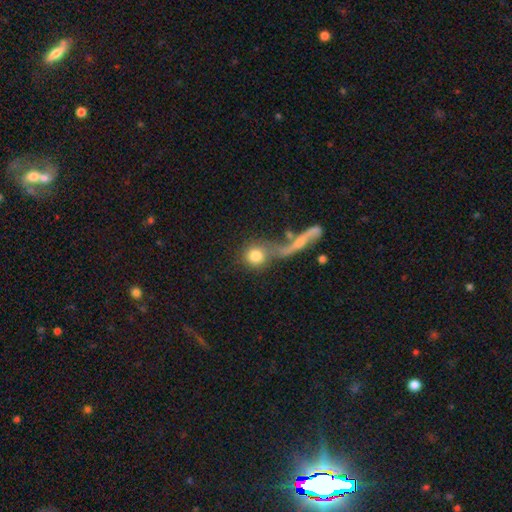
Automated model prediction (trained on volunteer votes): Q: Smooth or featured?
A: smooth (77%); runner-up: featured or disk (14%)
Q: How rounded?
A: round (85%); runner-up: in between (11%)
Q: Merging?
A: none (44%); runner-up: merger (37%)